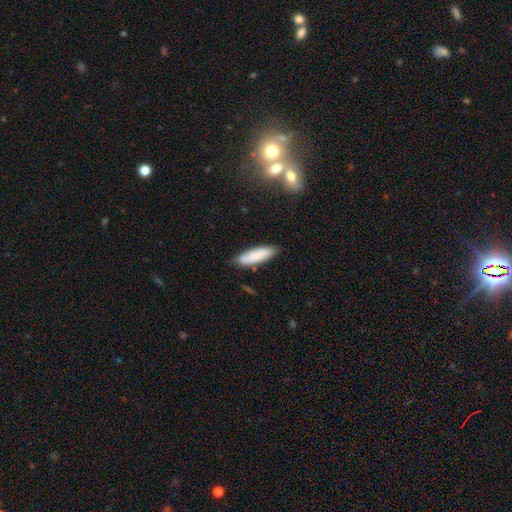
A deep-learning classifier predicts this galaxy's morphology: Smooth or featured? Predicted: smooth (p=0.84). How rounded? Predicted: cigar-shaped (p=0.51). Merging? Predicted: none (p=0.82).